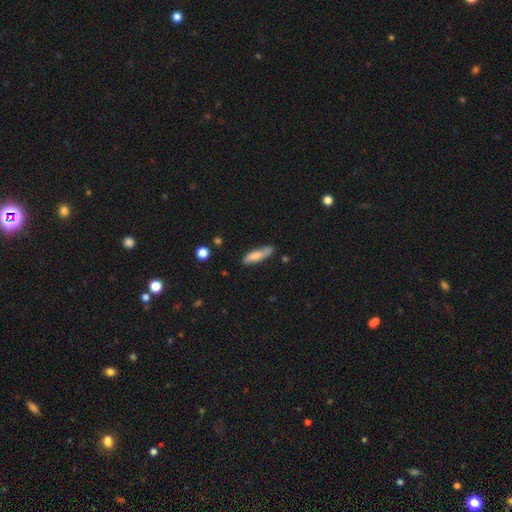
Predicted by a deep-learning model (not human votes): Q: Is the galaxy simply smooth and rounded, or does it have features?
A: smooth — 72%.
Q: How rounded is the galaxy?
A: cigar-shaped — 66%.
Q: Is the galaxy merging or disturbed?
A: none — 70%.